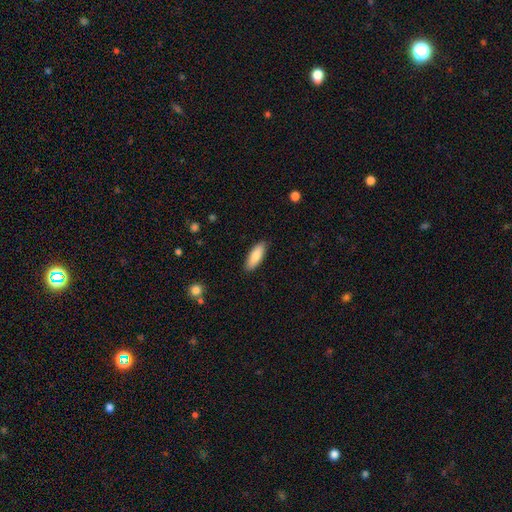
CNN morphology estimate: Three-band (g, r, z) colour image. It shows a smooth galaxy with no disk features (85%) that is in between round and cigar-shaped (63%). Merging: none (89%).